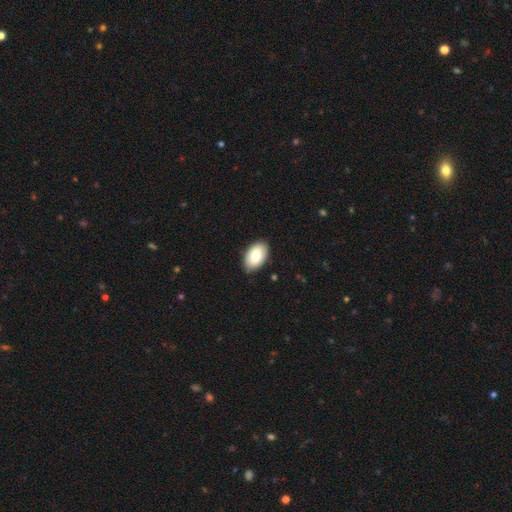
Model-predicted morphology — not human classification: smooth 80%, featured or disk 14%, star or artifact 6%. Down the decision tree: how rounded — in between (93%); merging — none (87%).